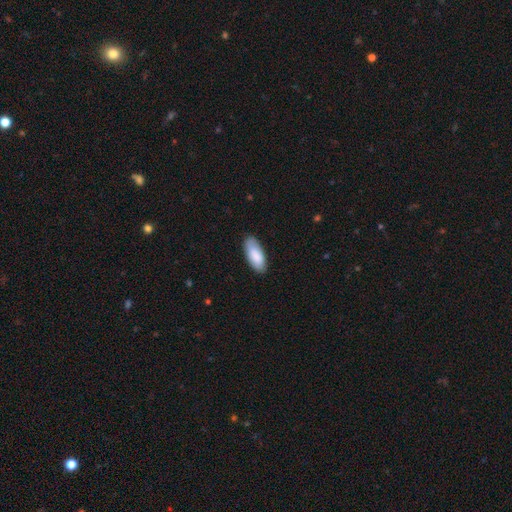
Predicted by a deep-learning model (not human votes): Smooth or featured: smooth — 86% (featured or disk — 8%)
How rounded: in between — 86% (cigar-shaped — 13%)
Merging: none — 85% (minor disturbance — 12%)